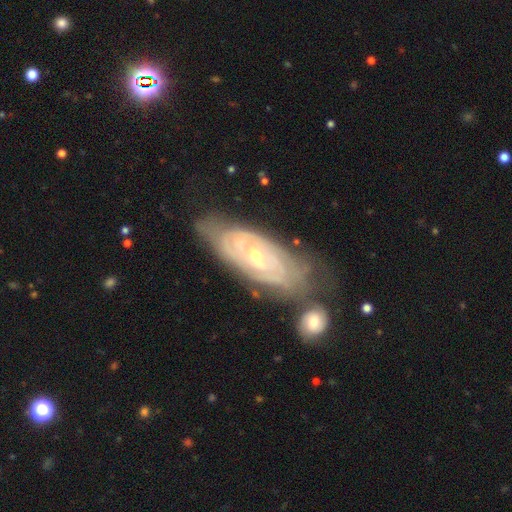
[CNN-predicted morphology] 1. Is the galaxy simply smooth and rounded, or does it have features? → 85% featured or disk, 10% smooth, 5% star or artifact.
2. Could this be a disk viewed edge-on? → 92% no, 8% yes.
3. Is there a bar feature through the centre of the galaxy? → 65% no, 27% weak, 8% strong.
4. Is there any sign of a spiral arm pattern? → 91% yes, 9% no.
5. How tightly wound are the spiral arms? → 80% tight, 16% medium, 4% loose.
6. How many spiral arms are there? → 53% can't tell, 20% 2, 11% 3, 8% 4, 4% more than 4, 4% 1.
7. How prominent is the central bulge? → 55% small, 42% moderate, 1% large, 1% none, 1% dominant.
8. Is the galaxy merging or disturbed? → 63% none, 20% minor disturbance, 10% merger, 7% major disturbance.